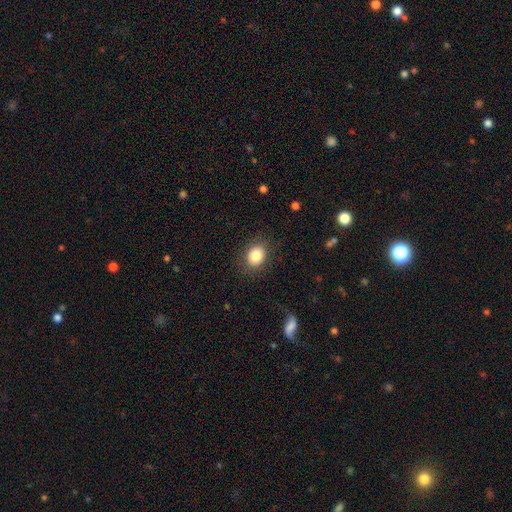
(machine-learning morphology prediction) A smooth galaxy with no disk features (83%) that is in between round and cigar-shaped (51%). Merging: none (85%).